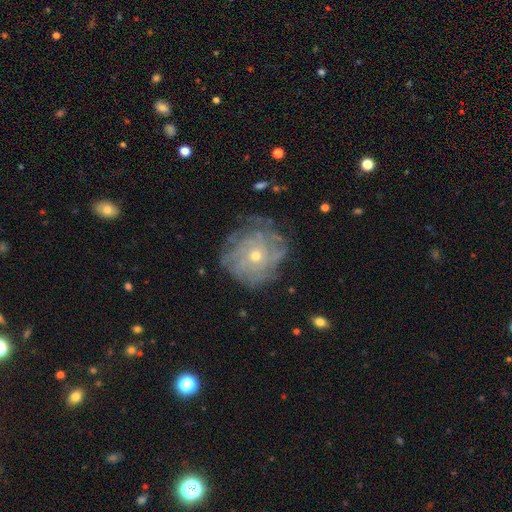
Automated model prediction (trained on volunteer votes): A featured or disk galaxy (77%) with no bar (84%), tight (71%) spiral arms (86%) and a small central bulge (56%).

Vote fractions:
- Smooth or featured? featured or disk: 77% / smooth: 14% / star or artifact: 9%
- Edge-on disk? no: 97% / yes: 3%
- Bar? no: 84% / weak: 13% / strong: 3%
- Spiral arms? yes: 86% / no: 14%
- Spiral winding? tight: 71% / medium: 21% / loose: 8%
- Spiral arm count? can't tell: 51% / more than 4: 13% / 4: 13% / 3: 9% / 2: 8% / 1: 6%
- Bulge size? small: 56% / moderate: 41% / large: 1% / none: 1% / dominant: 1%
- Merging? none: 73% / minor disturbance: 17% / major disturbance: 9% / merger: 1%